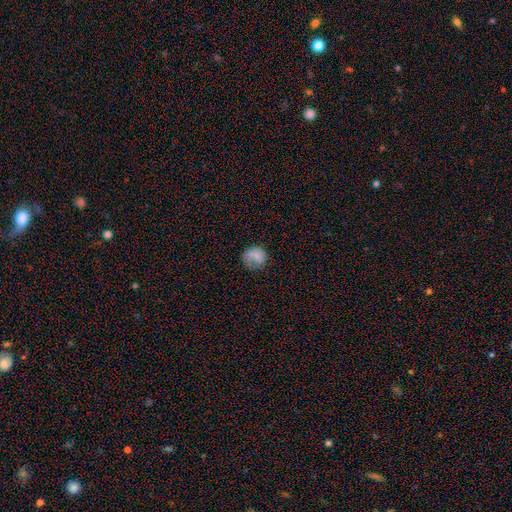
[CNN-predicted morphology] smooth_or_featured: smooth (p=0.69) [alt: featured or disk p=0.21]
how_rounded: round (p=0.80) [alt: in between p=0.19]
merging: none (p=0.58) [alt: minor disturbance p=0.23]